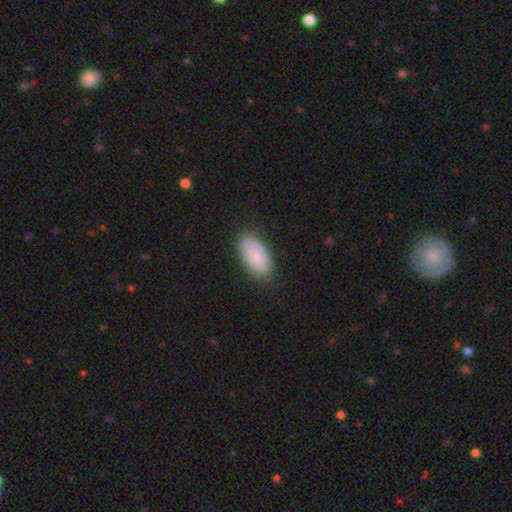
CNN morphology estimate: type=smooth (82%); roundness=in between (95%); merging=none (81%).